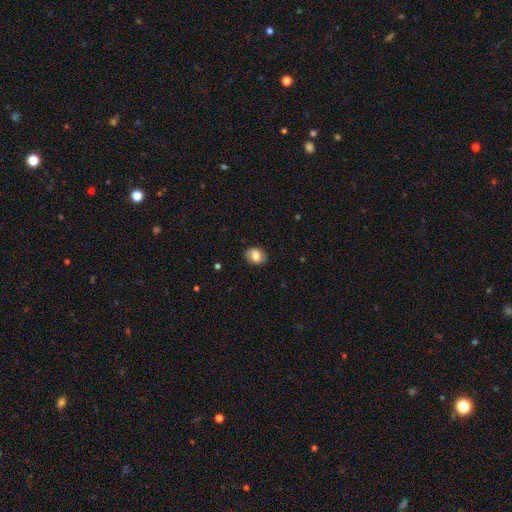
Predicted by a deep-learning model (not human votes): smooth_or_featured: smooth (p=0.66) [alt: featured or disk p=0.26]
how_rounded: in between (p=0.59) [alt: round p=0.40]
merging: none (p=0.84) [alt: minor disturbance p=0.12]